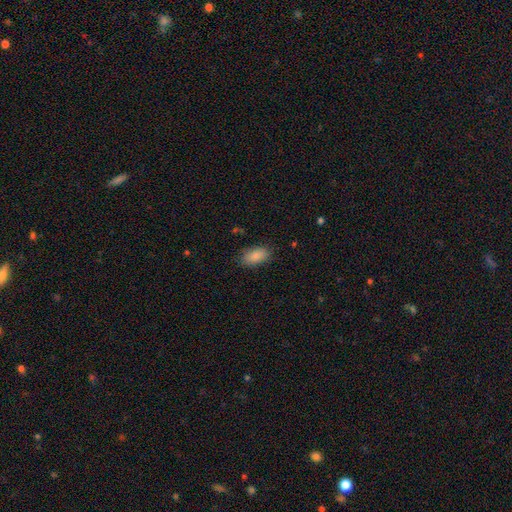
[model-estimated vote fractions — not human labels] This appears to be a smooth galaxy with no disk features (86%) that is in between round and cigar-shaped (92%). Merging: none (84%).